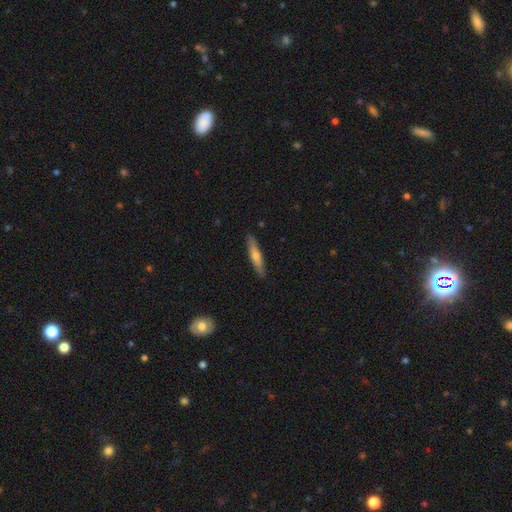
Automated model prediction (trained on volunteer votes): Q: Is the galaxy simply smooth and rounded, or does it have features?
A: smooth — 56%.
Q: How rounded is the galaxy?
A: cigar-shaped — 88%.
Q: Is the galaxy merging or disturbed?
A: none — 89%.